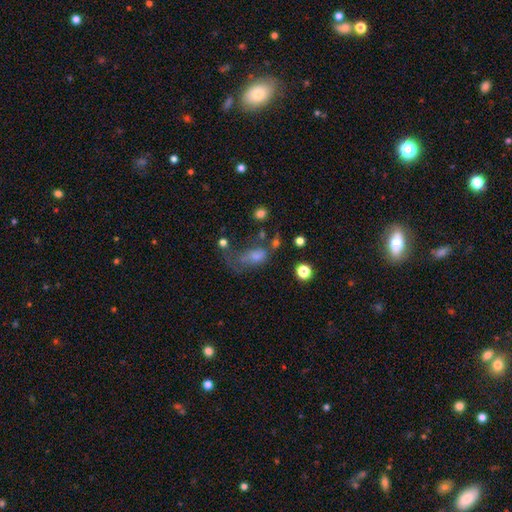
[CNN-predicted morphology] smooth-or-featured: smooth: 49% | featured or disk: 29% | star or artifact: 21%
  merging: major disturbance: 45% | none: 26% | minor disturbance: 19% | merger: 11%